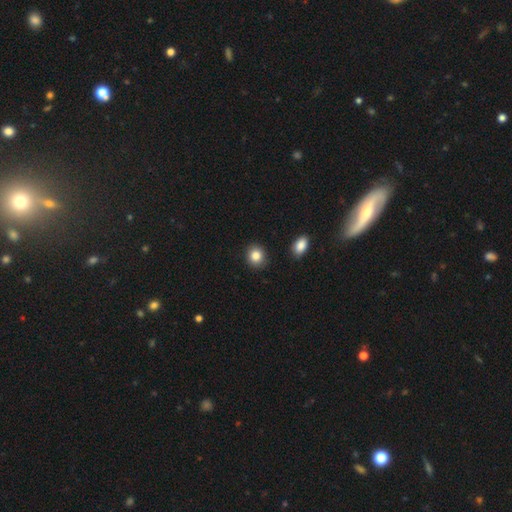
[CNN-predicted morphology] This is clearly a smooth galaxy (85%). How rounded: likely round (73%). Merging: clearly none (87%).